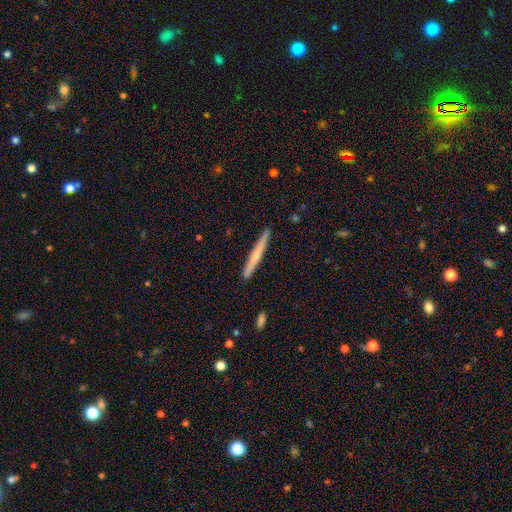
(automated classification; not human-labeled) This is possibly a smooth galaxy (52%). How rounded: clearly cigar-shaped (97%). Merging: clearly none (91%).